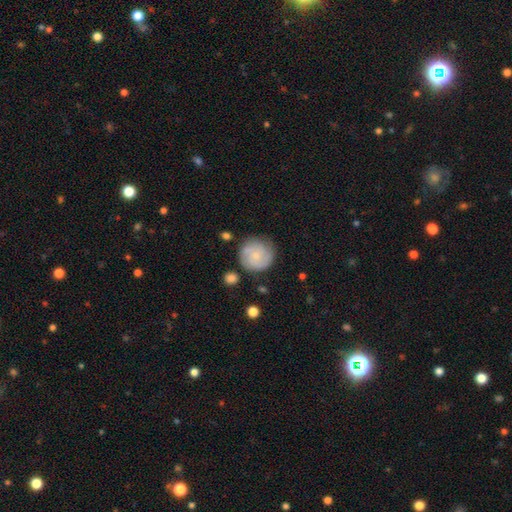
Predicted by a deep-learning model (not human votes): Smooth or featured? smooth (52%)
How rounded? round (93%)
Merging? none (75%)